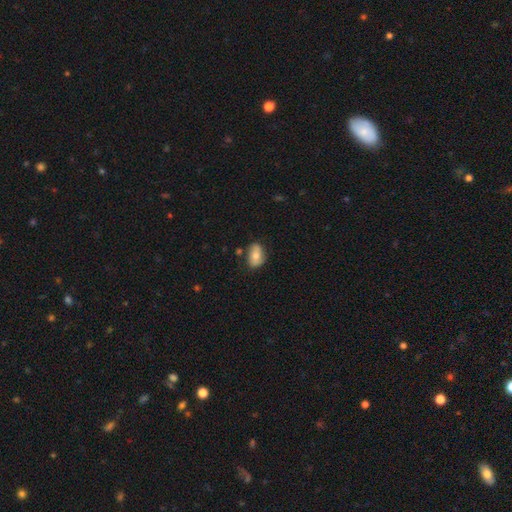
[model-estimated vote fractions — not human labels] Smooth or featured: smooth — 67% (featured or disk — 26%)
How rounded: in between — 86% (round — 13%)
Merging: none — 69% (minor disturbance — 22%)